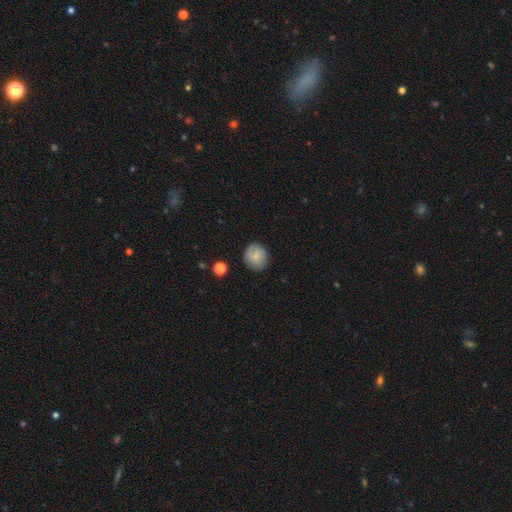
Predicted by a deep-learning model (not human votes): This is likely a smooth galaxy (79%). How rounded: clearly round (83%). Merging: clearly none (84%).